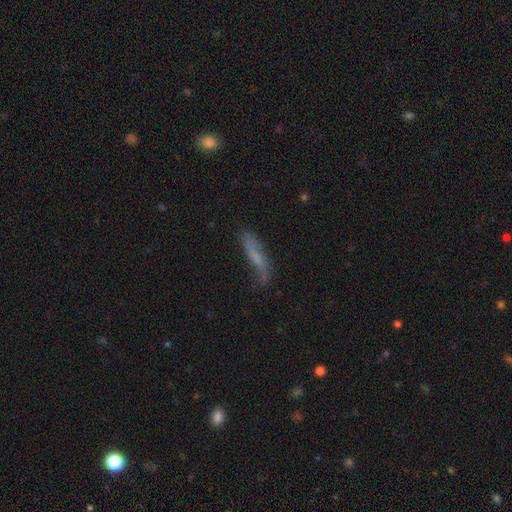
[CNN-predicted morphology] This is possibly a smooth galaxy (48%). Merging: possibly none (58%).